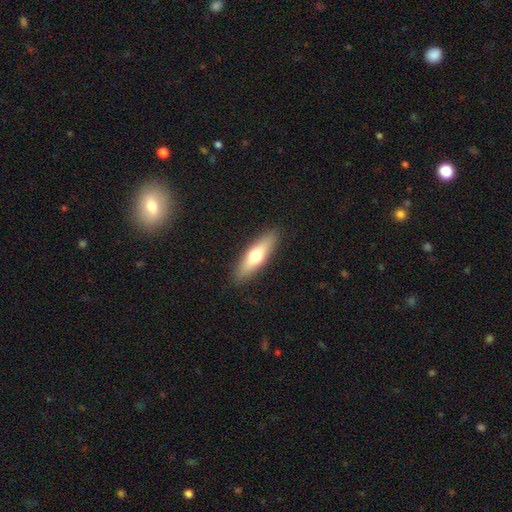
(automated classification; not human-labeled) Smooth or featured? smooth (61%)
How rounded? cigar-shaped (61%)
Merging? none (89%)